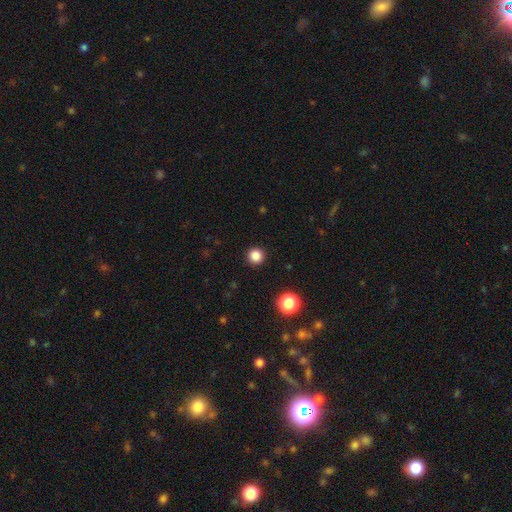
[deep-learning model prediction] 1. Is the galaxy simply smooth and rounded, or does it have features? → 84% smooth, 13% star or artifact, 3% featured or disk.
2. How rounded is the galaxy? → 96% round, 3% in between, 1% cigar-shaped.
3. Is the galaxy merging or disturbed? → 93% none, 4% minor disturbance, 2% major disturbance, 1% merger.